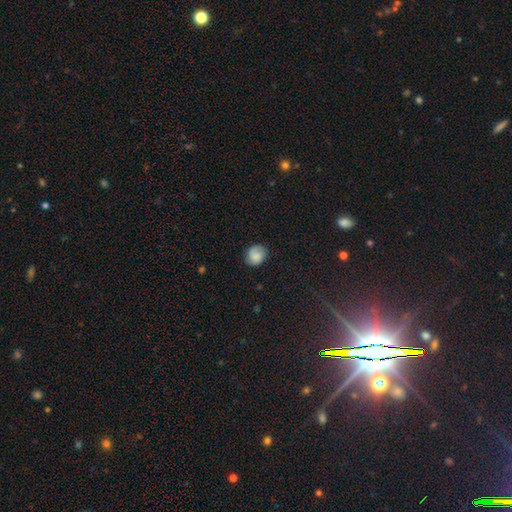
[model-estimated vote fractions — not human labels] This appears to be a smooth galaxy with no disk features (65%) that is round (64%). Merging: none (74%).